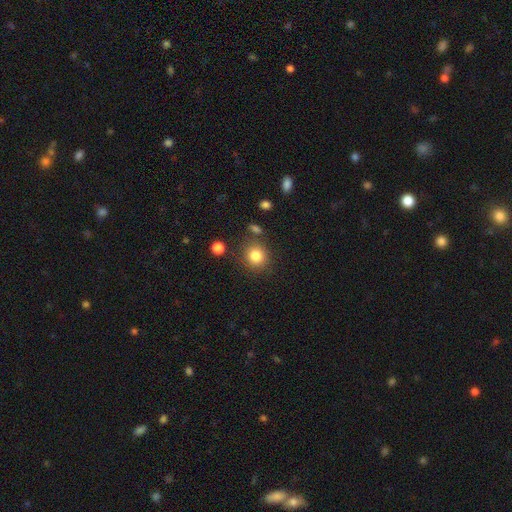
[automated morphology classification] smooth-or-featured: smooth: 83% | star or artifact: 11% | featured or disk: 6%
  how-rounded: round: 86% | in between: 13% | cigar-shaped: 1%
  merging: none: 82% | minor disturbance: 9% | merger: 5% | major disturbance: 3%